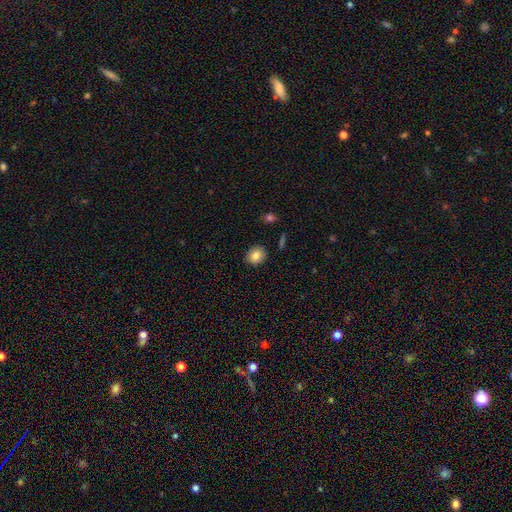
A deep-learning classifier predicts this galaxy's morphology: smooth 84%, star or artifact 9%, featured or disk 7%. Down the decision tree: how rounded — round (69%); merging — none (90%).